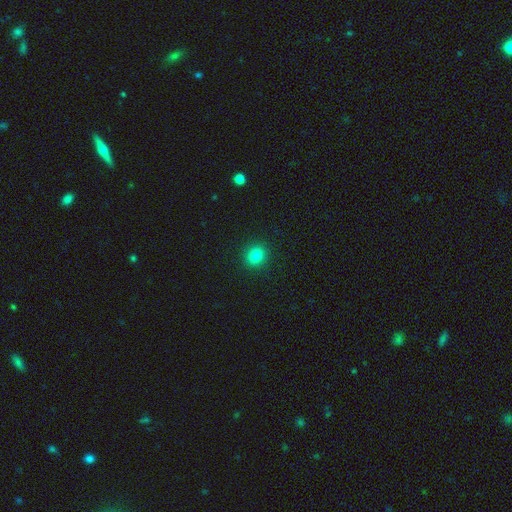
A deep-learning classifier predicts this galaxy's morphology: Smooth or featured? smooth (82%)
How rounded? round (79%)
Merging? none (92%)